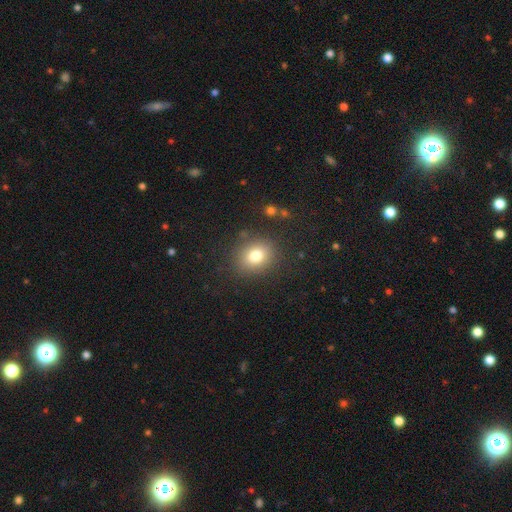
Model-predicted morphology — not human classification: smooth_or_featured: smooth (p=0.78) [alt: star or artifact p=0.12]
how_rounded: round (p=0.63) [alt: in between p=0.36]
merging: none (p=0.85) [alt: minor disturbance p=0.09]